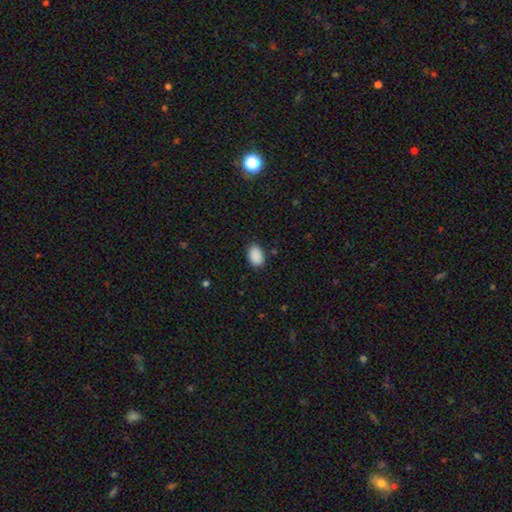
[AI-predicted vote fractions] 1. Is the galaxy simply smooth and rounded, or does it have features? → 90% smooth, 7% star or artifact, 3% featured or disk.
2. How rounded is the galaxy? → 88% in between, 11% round, 1% cigar-shaped.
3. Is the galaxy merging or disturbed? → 86% none, 10% minor disturbance, 2% major disturbance, 1% merger.